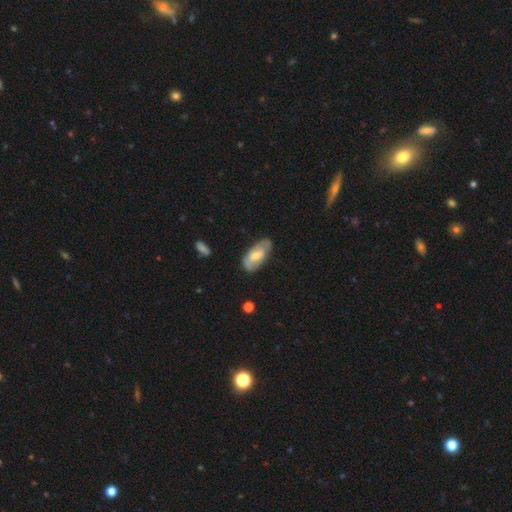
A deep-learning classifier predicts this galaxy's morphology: A featured or disk galaxy (50%). Merging: none (66%).